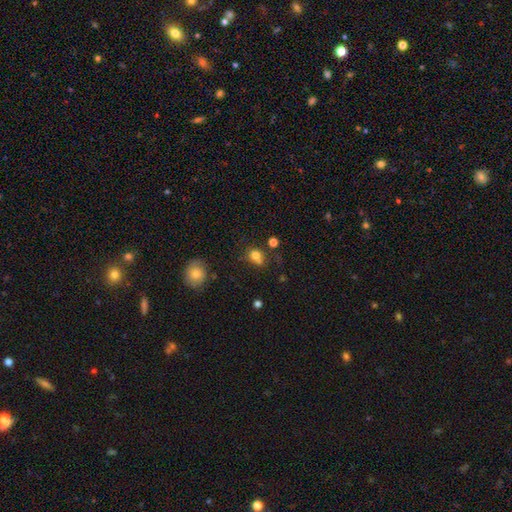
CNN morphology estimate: The model was most divided on "how rounded": round: 54%, in between: 45%, cigar-shaped: 1%. Remaining: smooth or featured — smooth (77%); merging — none (50%).